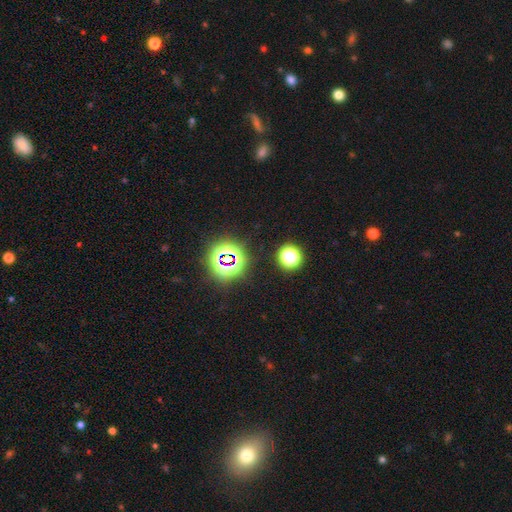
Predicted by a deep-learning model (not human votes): Overall: star or artifact (73%).